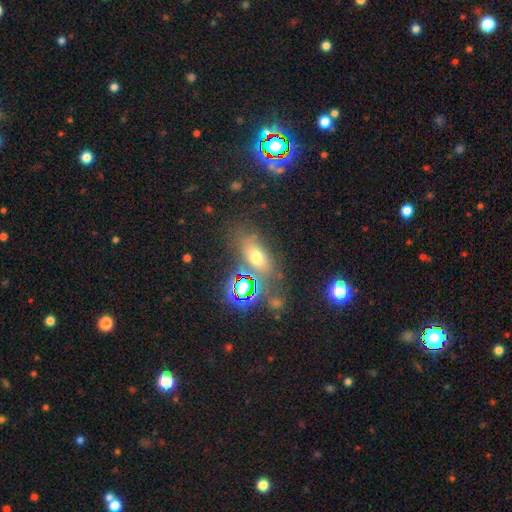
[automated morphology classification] smooth_or_featured: smooth (p=0.48) [alt: star or artifact p=0.34]
merging: none (p=0.64) [alt: minor disturbance p=0.16]